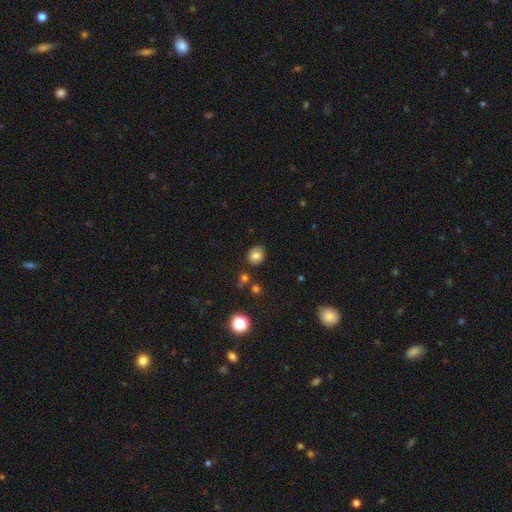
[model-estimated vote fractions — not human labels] smooth-or-featured: smooth: 80% | star or artifact: 12% | featured or disk: 8%
  how-rounded: round: 62% | in between: 38% | cigar-shaped: 1%
  merging: none: 81% | minor disturbance: 12% | merger: 4% | major disturbance: 3%